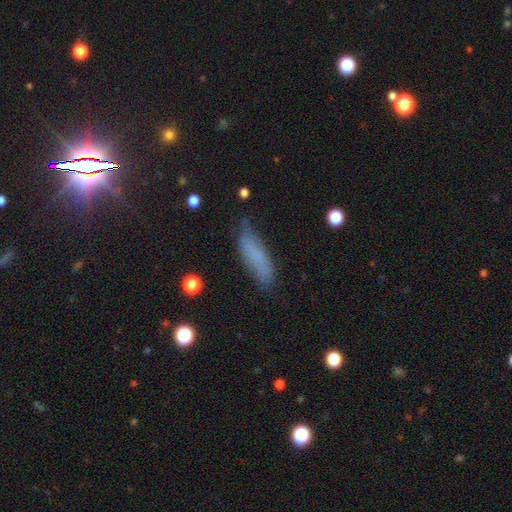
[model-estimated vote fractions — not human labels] This appears to be a smooth galaxy with no disk features (71%) that is cigar-shaped (52%). Merging: none (65%).